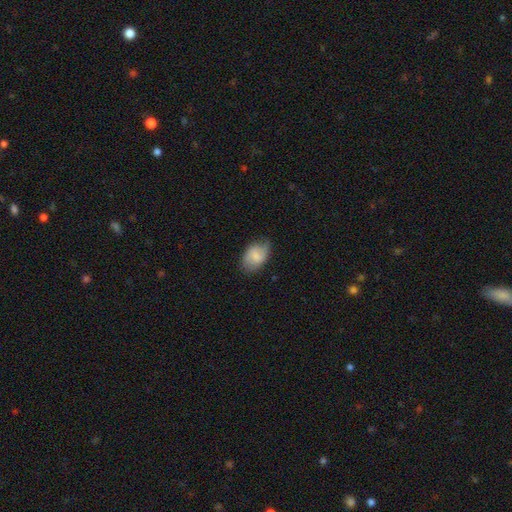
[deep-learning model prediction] Smooth or featured? Predicted: smooth (p=0.64). How rounded? Predicted: in between (p=0.86). Merging? Predicted: none (p=0.68).